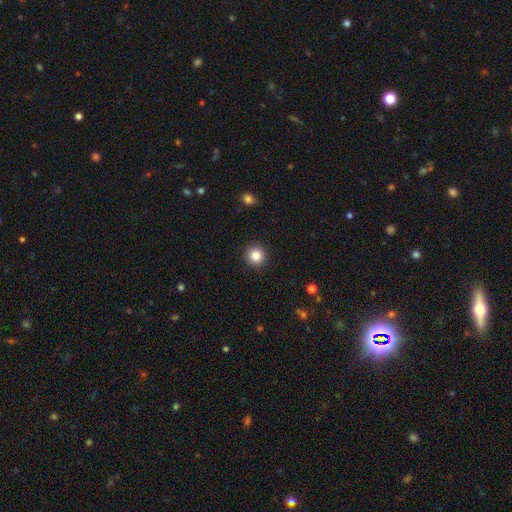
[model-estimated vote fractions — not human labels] A smooth galaxy with no disk features (83%) that is round (95%). Merging: none (93%).